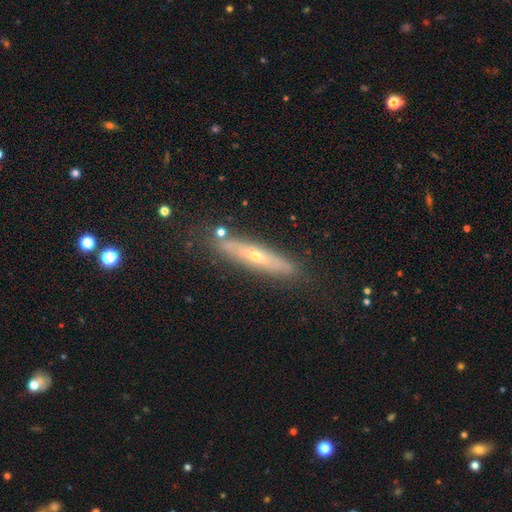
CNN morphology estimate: type=featured or disk (62%); edge-on=yes (76%); merging=none (80%).